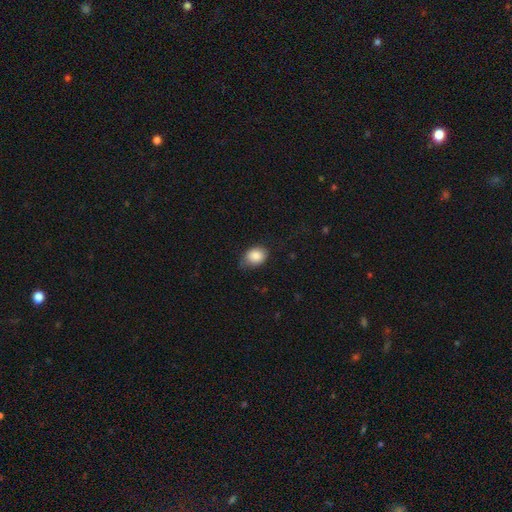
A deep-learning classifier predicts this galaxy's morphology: This appears to be a smooth galaxy with no disk features (85%) that is in between round and cigar-shaped (55%). Merging: none (63%).